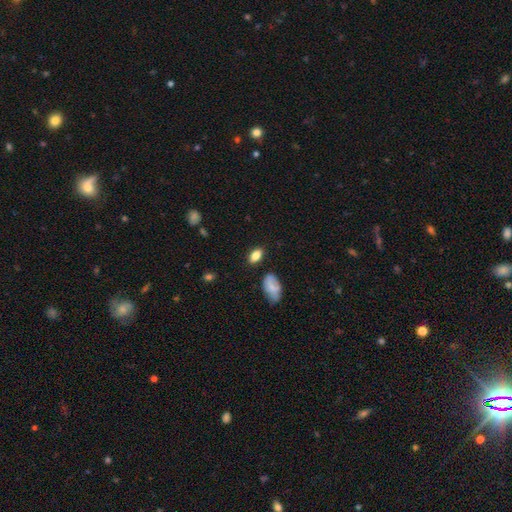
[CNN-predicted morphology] Overall: smooth (83%). How rounded: in between (88%). Merging: none (81%).